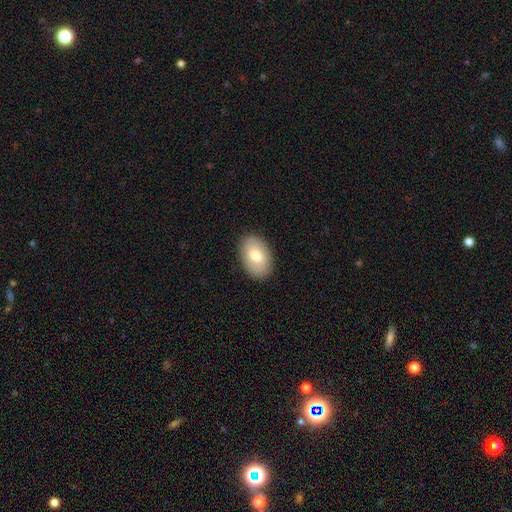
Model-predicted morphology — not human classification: smooth 75%, featured or disk 18%, star or artifact 7%. Down the decision tree: how rounded — in between (90%); merging — none (89%).